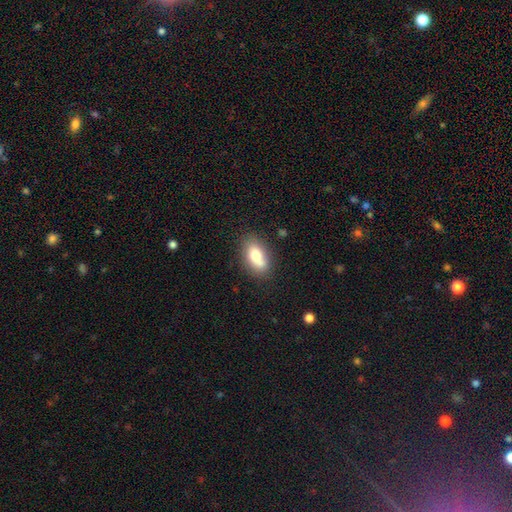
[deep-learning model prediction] This is likely a smooth galaxy (75%). How rounded: clearly in between (88%). Merging: likely none (68%).